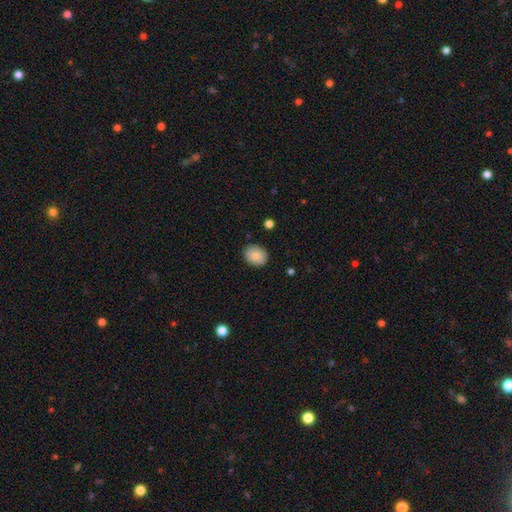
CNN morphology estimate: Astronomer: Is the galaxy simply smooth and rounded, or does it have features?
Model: smooth — 86%.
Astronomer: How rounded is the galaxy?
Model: in between — 52% (runner-up: round, 47%).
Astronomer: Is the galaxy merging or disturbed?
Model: none — 87%.